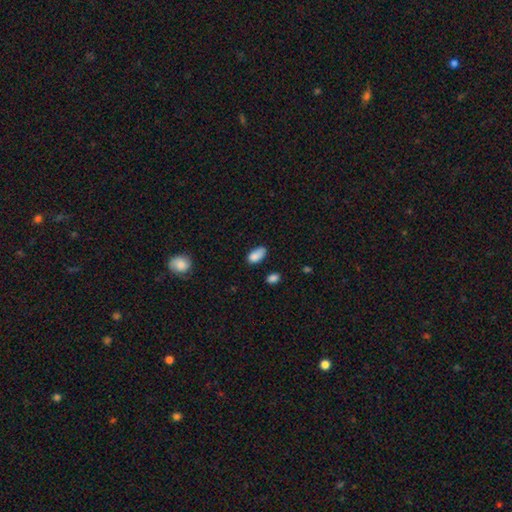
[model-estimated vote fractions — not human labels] smooth-or-featured: smooth: 86% | star or artifact: 9% | featured or disk: 5%
  how-rounded: in between: 92% | cigar-shaped: 4% | round: 4%
  merging: none: 60% | minor disturbance: 30% | major disturbance: 6% | merger: 4%